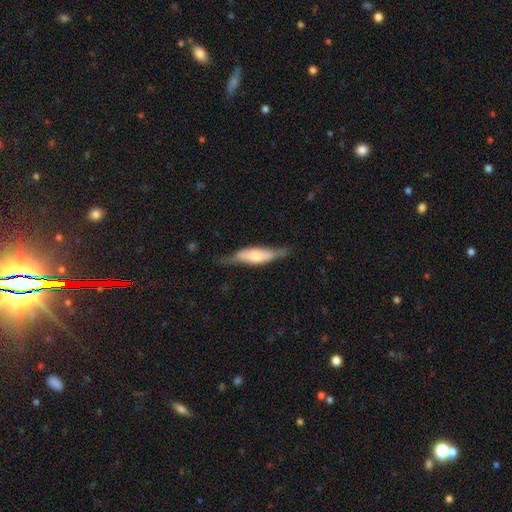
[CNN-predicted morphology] smooth-or-featured: smooth: 50% | featured or disk: 45% | star or artifact: 6%
  merging: none: 65% | minor disturbance: 26% | major disturbance: 8% | merger: 2%